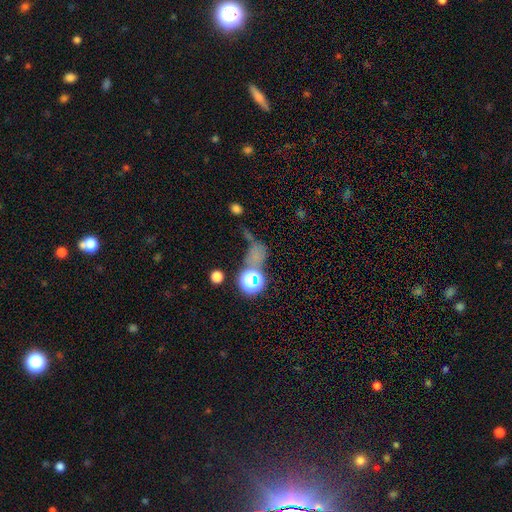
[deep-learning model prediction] Smooth or featured: smooth — 44% (tied with star or artifact — 44%)
Merging: none — 45% (merger — 22%)